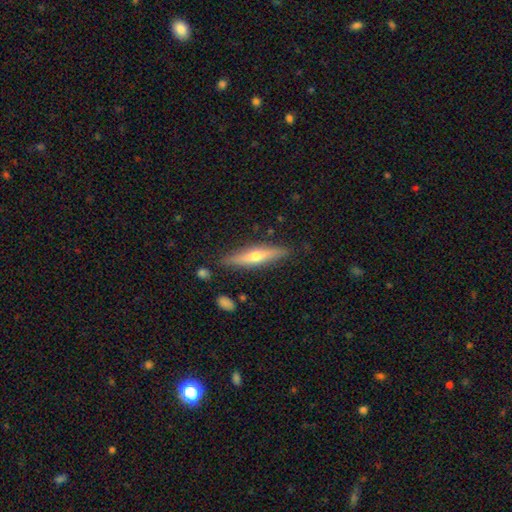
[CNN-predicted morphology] featured or disk 58%, smooth 36%, star or artifact 6%. Down the decision tree: edge-on disk — yes (94%); edge-on bulge — rounded (89%); merging — none (86%).